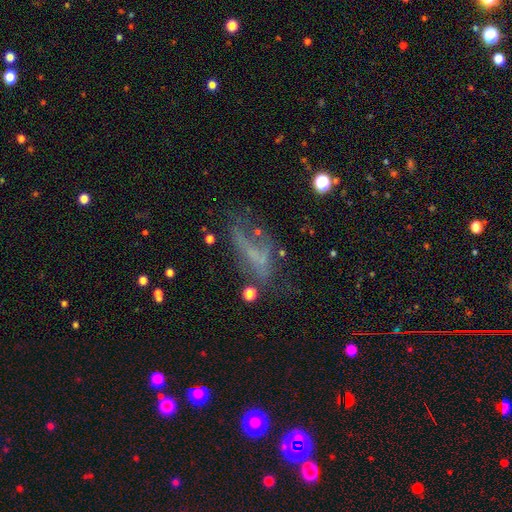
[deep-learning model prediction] featured or disk 46%, smooth 32%, star or artifact 22%. Down the decision tree: merging — none (36%).